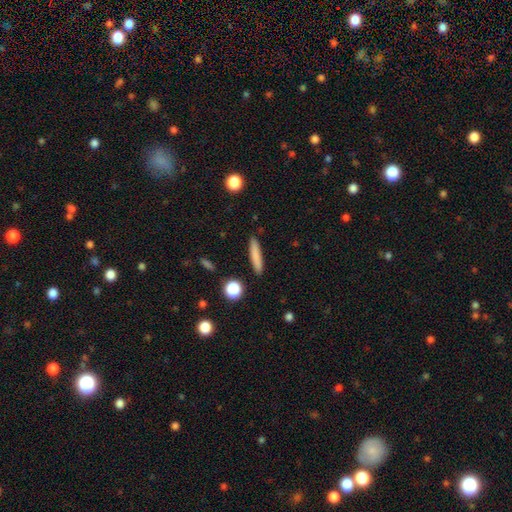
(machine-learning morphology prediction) smooth-or-featured: smooth: 80% | featured or disk: 13% | star or artifact: 8%
  how-rounded: cigar-shaped: 90% | in between: 8% | round: 2%
  merging: none: 90% | minor disturbance: 7% | major disturbance: 2% | merger: 2%